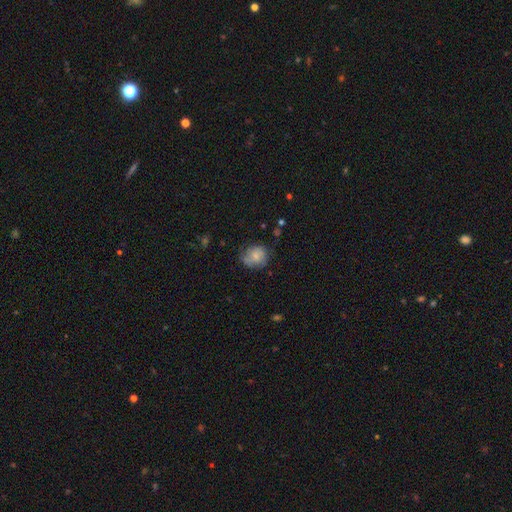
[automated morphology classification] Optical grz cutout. It shows a smooth galaxy with no disk features (65%) that is round (65%). Merging: none (58%).